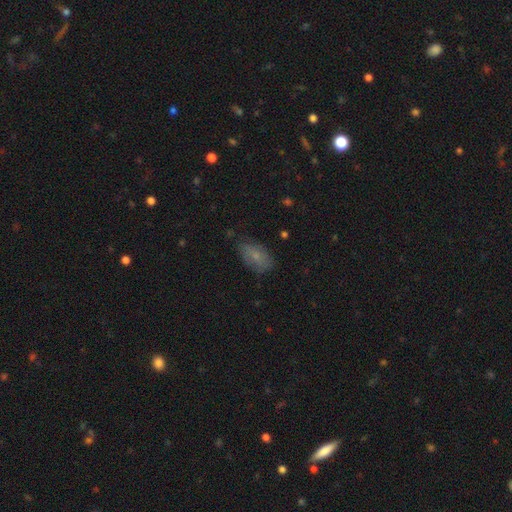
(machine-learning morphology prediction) The model was most divided on "merging": none: 67%, minor disturbance: 25%, major disturbance: 6%, merger: 2%. More confident: how rounded — in between (91%); smooth or featured — smooth (71%).